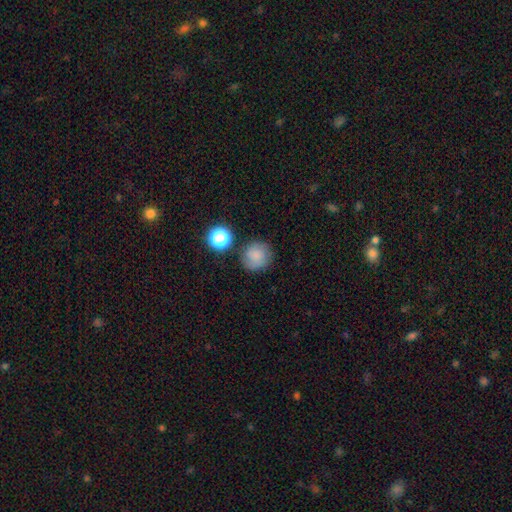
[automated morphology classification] smooth_or_featured: smooth (p=0.74) [alt: featured or disk p=0.14]
how_rounded: round (p=0.89) [alt: in between p=0.10]
merging: none (p=0.76) [alt: minor disturbance p=0.14]